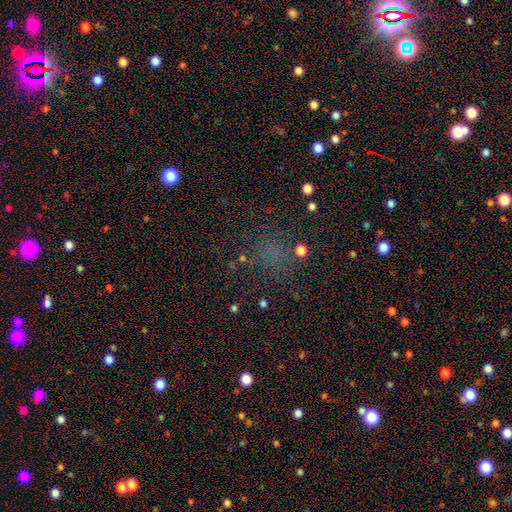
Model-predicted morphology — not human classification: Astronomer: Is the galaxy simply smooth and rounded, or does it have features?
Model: smooth — 45%, tied with star or artifact at 45%.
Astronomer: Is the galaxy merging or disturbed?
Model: none — 73%.